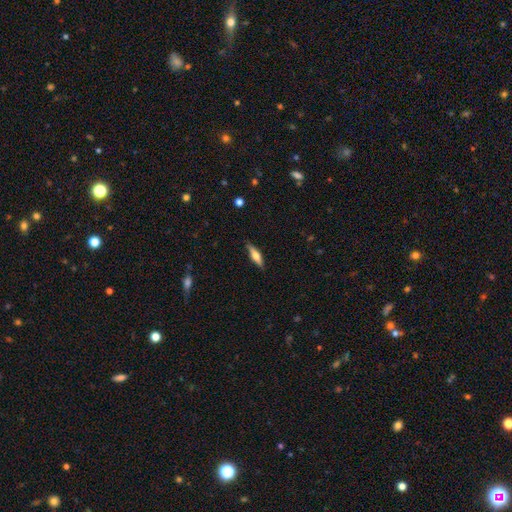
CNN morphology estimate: This appears to be a featured or disk galaxy (49%). Merging: none (86%).